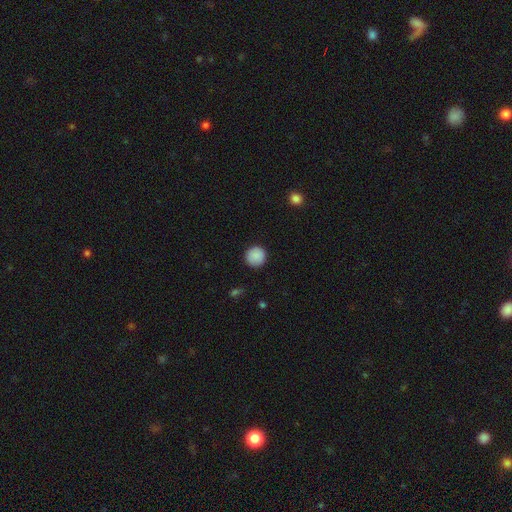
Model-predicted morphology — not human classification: smooth-or-featured: smooth: 89% | star or artifact: 8% | featured or disk: 3%
  how-rounded: round: 95% | in between: 4% | cigar-shaped: 1%
  merging: none: 91% | minor disturbance: 6% | major disturbance: 2% | merger: 1%